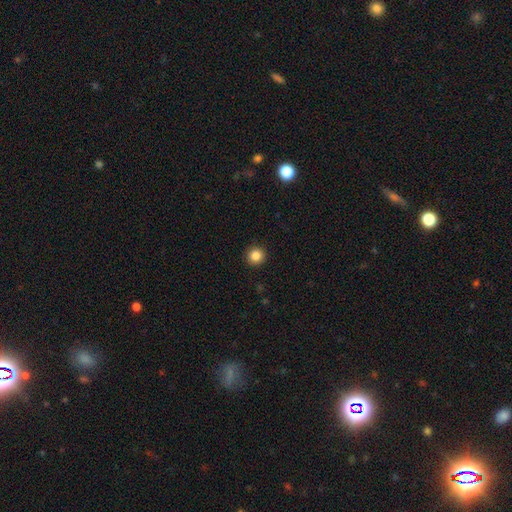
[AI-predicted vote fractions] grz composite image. It shows a smooth galaxy with no disk features (85%) that is round (95%). Merging: none (93%).